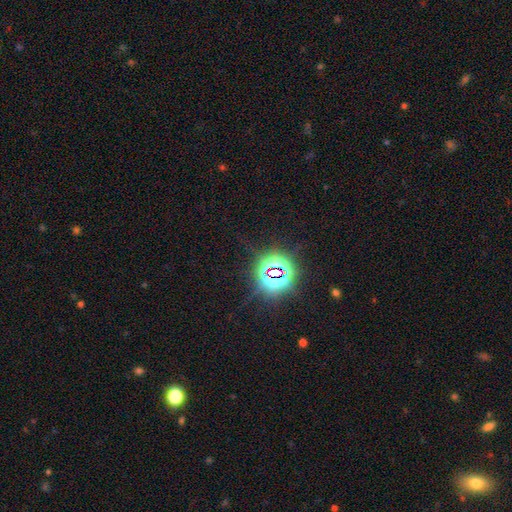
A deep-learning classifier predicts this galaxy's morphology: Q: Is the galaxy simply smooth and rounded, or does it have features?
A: star or artifact — 82%.